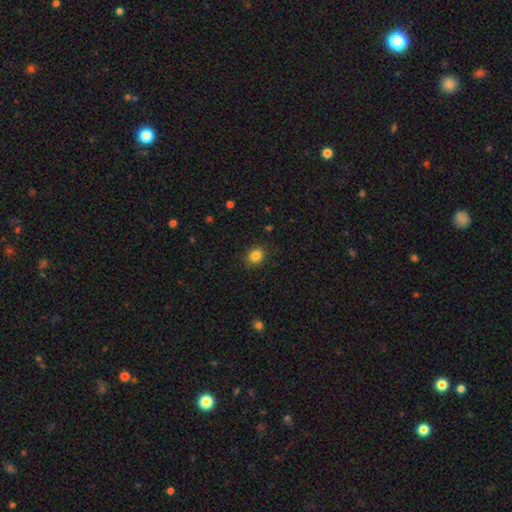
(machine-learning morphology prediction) smooth 84%, star or artifact 11%, featured or disk 5%. Down the decision tree: how rounded — round (67%); merging — none (88%).